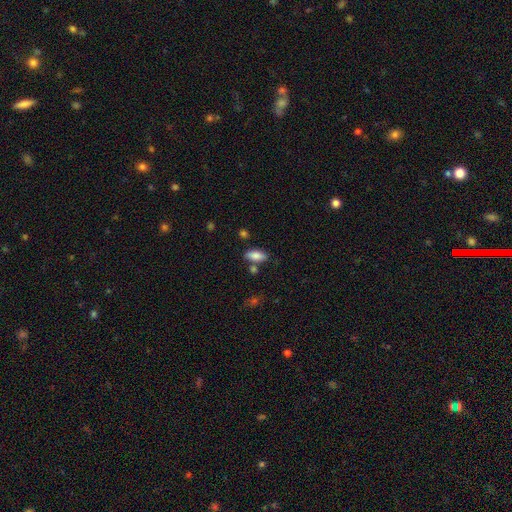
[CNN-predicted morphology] A smooth galaxy with no disk features (83%) that is in between round and cigar-shaped (81%).

Vote fractions:
- Smooth or featured? smooth: 83% / featured or disk: 10% / star or artifact: 7%
- How rounded? in between: 81% / cigar-shaped: 16% / round: 3%
- Merging? none: 75% / minor disturbance: 13% / merger: 8% / major disturbance: 3%